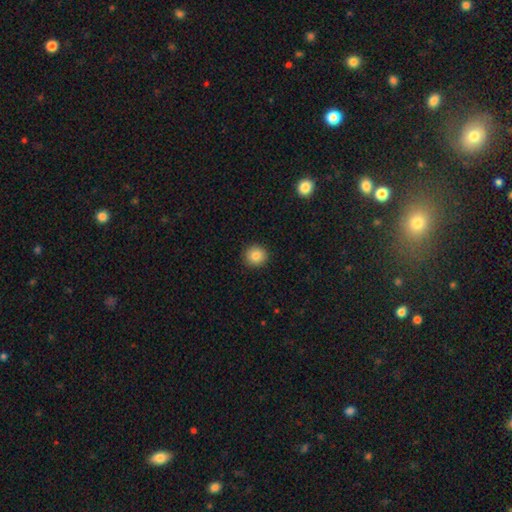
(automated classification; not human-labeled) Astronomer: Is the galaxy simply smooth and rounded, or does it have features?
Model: smooth — 84%.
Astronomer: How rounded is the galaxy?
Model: round — 91%.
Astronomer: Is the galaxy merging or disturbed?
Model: none — 91%.